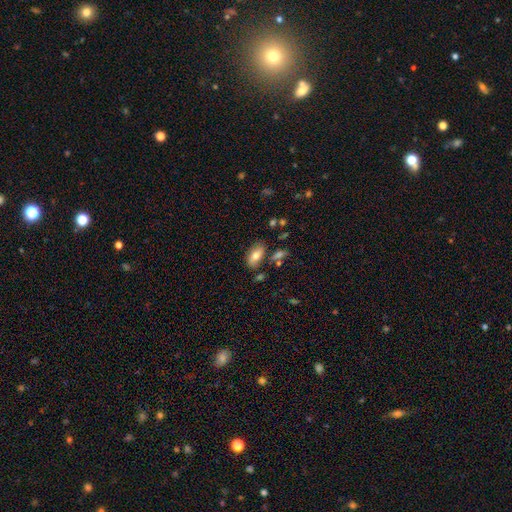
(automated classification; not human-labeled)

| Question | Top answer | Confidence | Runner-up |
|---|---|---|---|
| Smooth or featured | smooth | 74% | featured or disk (18%) |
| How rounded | in between | 91% | cigar-shaped (5%) |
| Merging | none | 72% | minor disturbance (17%) |